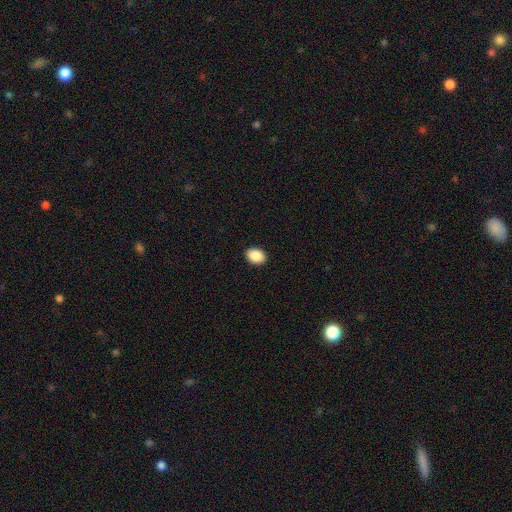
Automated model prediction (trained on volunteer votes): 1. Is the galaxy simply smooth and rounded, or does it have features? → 89% smooth, 7% star or artifact, 3% featured or disk.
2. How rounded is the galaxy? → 77% in between, 22% round, 1% cigar-shaped.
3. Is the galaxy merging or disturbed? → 91% none, 6% minor disturbance, 2% major disturbance, 1% merger.